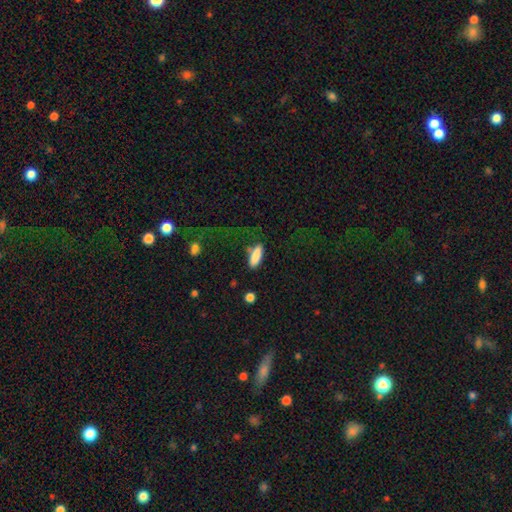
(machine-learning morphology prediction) Overall: smooth (86%). How rounded: in between (58%; cigar-shaped 40%). Merging: none (72%).